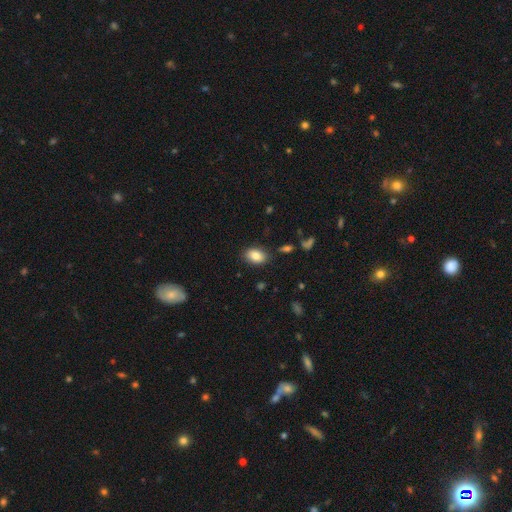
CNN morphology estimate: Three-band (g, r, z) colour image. It shows a smooth galaxy with no disk features (84%) that is in between round and cigar-shaped (88%). Merging: none (85%).